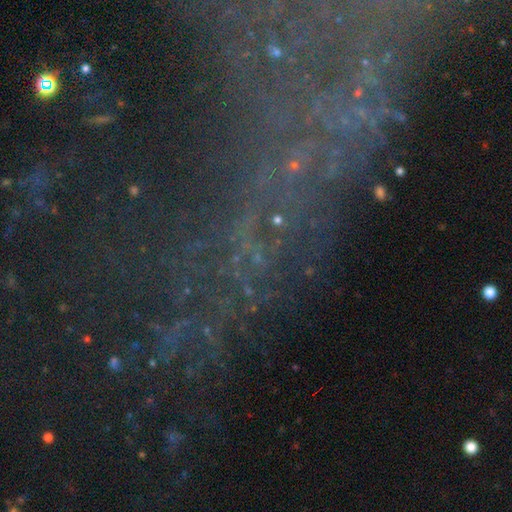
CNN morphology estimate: smooth_or_featured: star or artifact (p=0.62) [alt: featured or disk p=0.23]